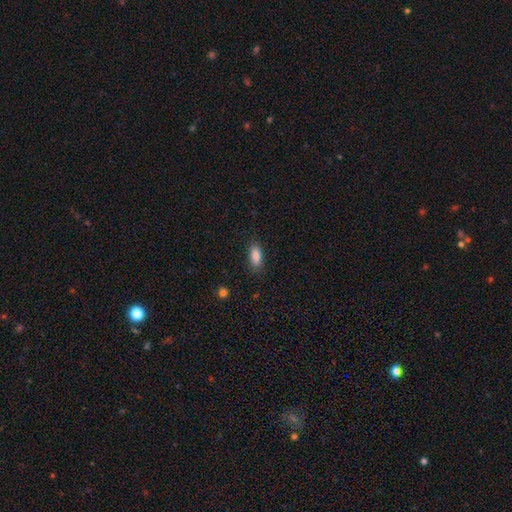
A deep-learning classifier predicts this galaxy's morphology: Smooth or featured: smooth — 87% (star or artifact — 8%)
How rounded: in between — 81% (cigar-shaped — 16%)
Merging: none — 84% (minor disturbance — 12%)